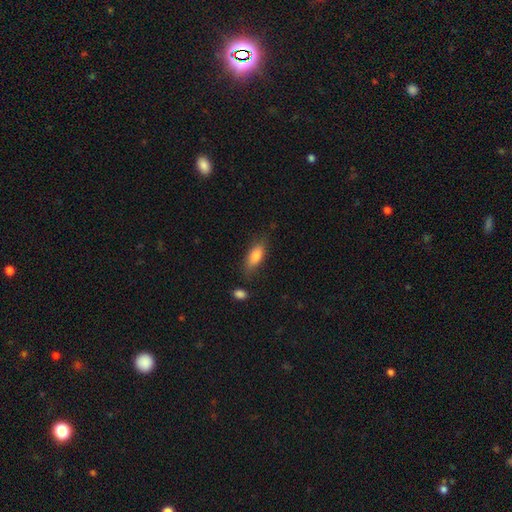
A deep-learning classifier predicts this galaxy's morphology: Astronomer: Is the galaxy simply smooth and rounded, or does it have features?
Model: smooth — 82%.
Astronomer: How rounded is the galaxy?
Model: in between — 75%.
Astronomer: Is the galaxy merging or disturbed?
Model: none — 73%.